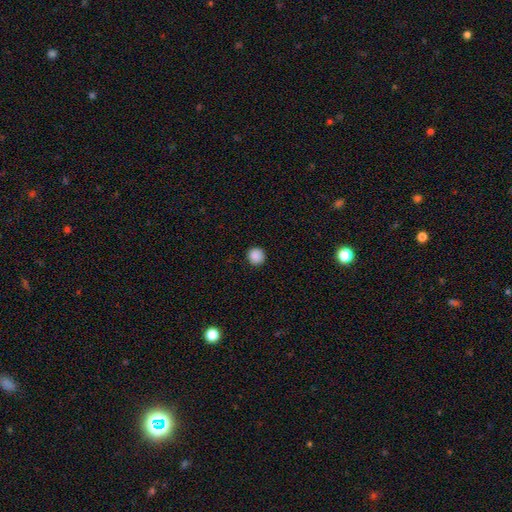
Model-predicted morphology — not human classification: smooth 89%, star or artifact 9%, featured or disk 2%. Down the decision tree: how rounded — round (94%); merging — none (92%).